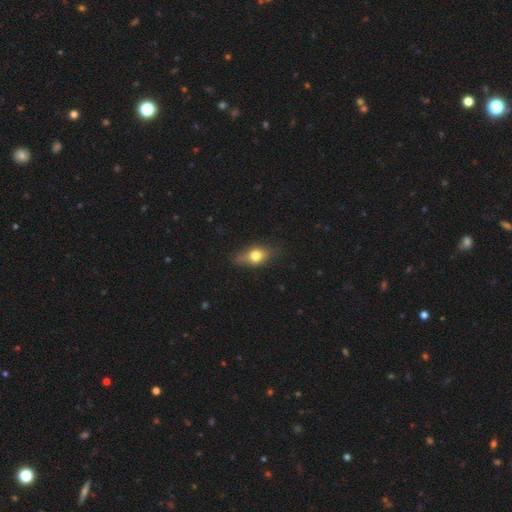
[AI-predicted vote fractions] smooth 66%, featured or disk 25%, star or artifact 9%. Down the decision tree: how rounded — in between (70%); merging — none (69%).